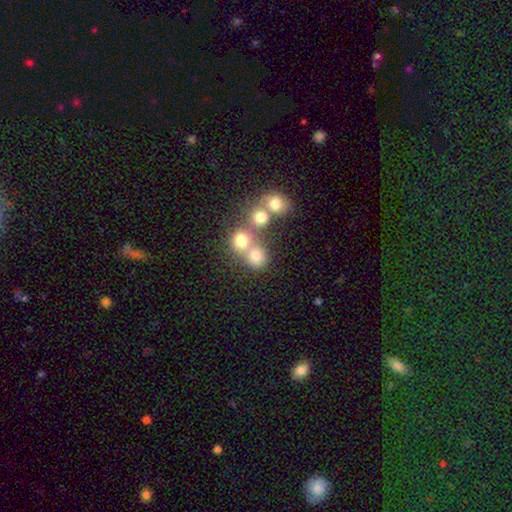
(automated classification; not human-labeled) Smooth or featured: smooth — 75% (star or artifact — 14%)
How rounded: round — 81% (in between — 18%)
Merging: none — 45% (merger — 44%)